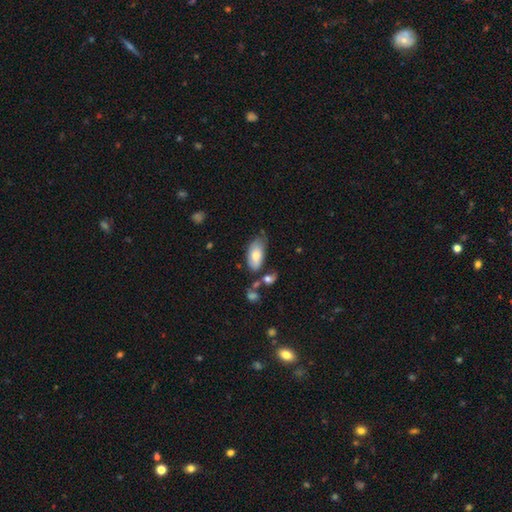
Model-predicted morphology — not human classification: smooth_or_featured: smooth (p=0.72) [alt: featured or disk p=0.21]
how_rounded: in between (p=0.93) [alt: cigar-shaped p=0.05]
merging: none (p=0.48) [alt: minor disturbance p=0.31]